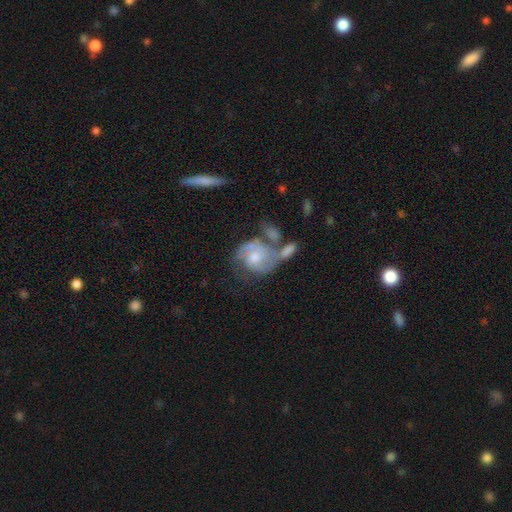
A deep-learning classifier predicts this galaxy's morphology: featured or disk 70%, smooth 24%, star or artifact 6%. Down the decision tree: edge-on disk — no (97%); bar — no (69%); spiral arms — yes (86%); spiral arm count — 2 (61%); spiral winding — medium (44%); bulge size — moderate (53%); merging — none (33%).